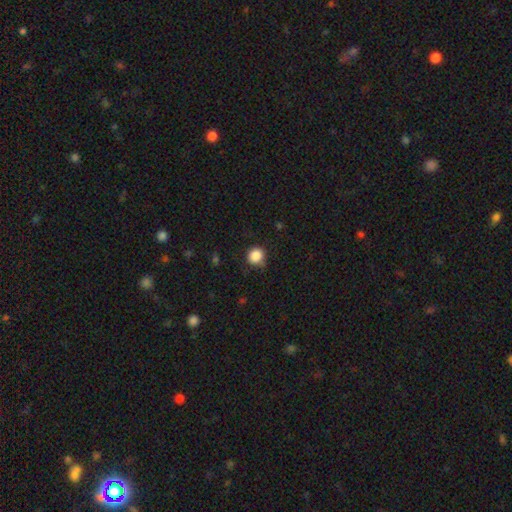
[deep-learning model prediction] The model was most divided on "merging": none: 72%, minor disturbance: 21%, major disturbance: 5%, merger: 2%. More confident: how rounded — round (87%); smooth or featured — smooth (86%).